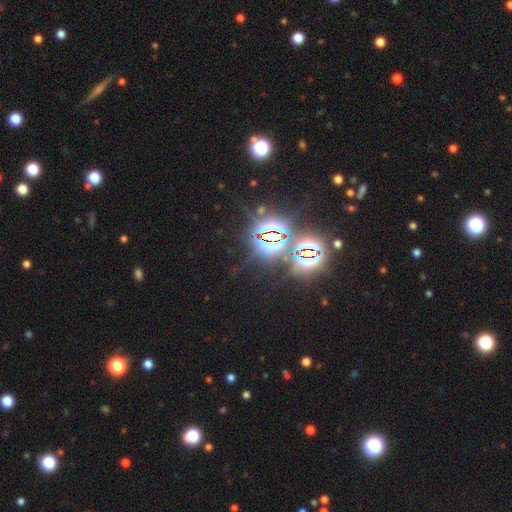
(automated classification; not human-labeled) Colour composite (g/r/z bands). It shows a star or artifact, not a galaxy (82%).